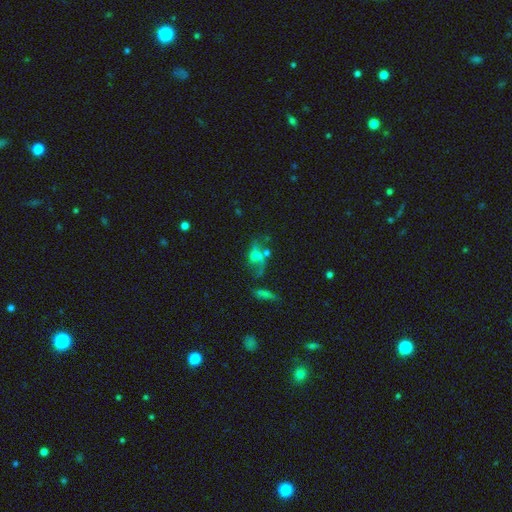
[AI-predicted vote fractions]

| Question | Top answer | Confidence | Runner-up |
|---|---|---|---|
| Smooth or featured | featured or disk | 46% | smooth (34%) |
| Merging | none | 31% | major disturbance (28%) |